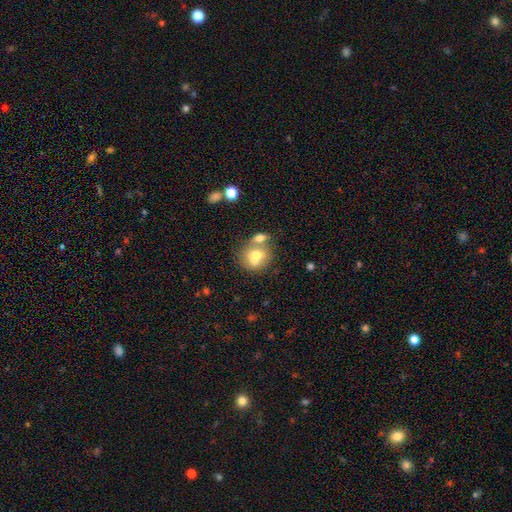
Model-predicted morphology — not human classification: This is likely a smooth galaxy (62%). How rounded: likely round (62%). Merging: possibly merger (56%).